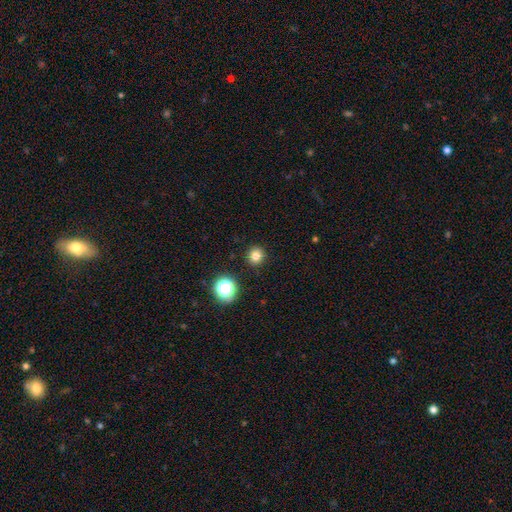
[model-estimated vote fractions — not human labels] This is clearly a smooth galaxy (80%). How rounded: clearly round (91%). Merging: clearly none (91%).